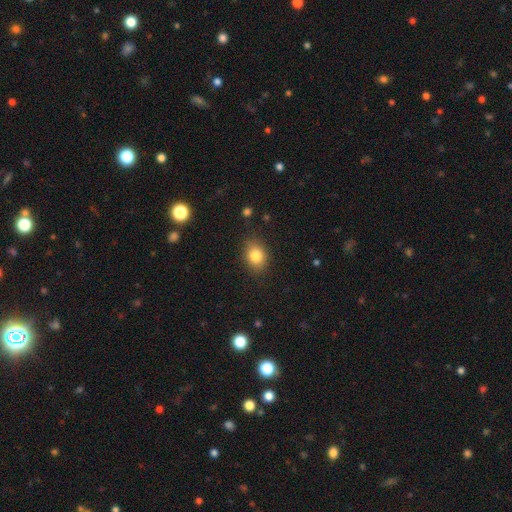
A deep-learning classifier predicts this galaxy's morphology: smooth 82%, star or artifact 10%, featured or disk 8%. Down the decision tree: how rounded — in between (61%); merging — none (83%).